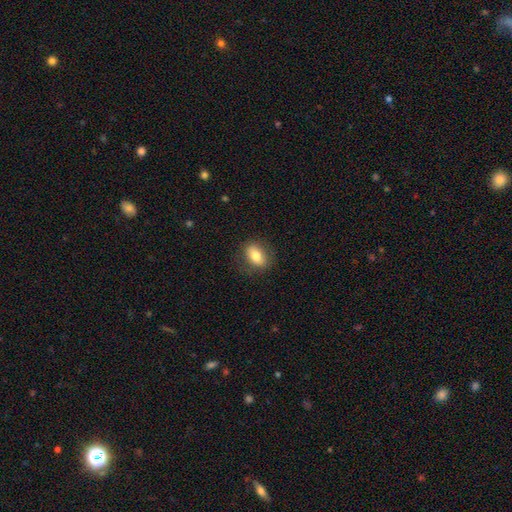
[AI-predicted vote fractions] A smooth galaxy with no disk features (76%) that is in between round and cigar-shaped (80%).

Vote fractions:
- Smooth or featured? smooth: 76% / featured or disk: 16% / star or artifact: 8%
- How rounded? in between: 80% / round: 18% / cigar-shaped: 2%
- Merging? none: 80% / minor disturbance: 14% / major disturbance: 5% / merger: 1%